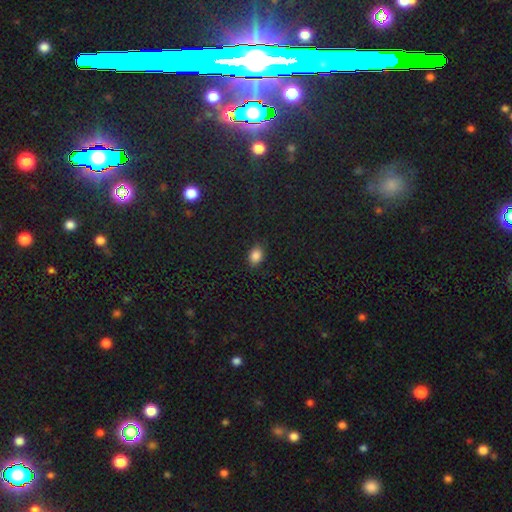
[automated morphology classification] Smooth or featured? Predicted: smooth (p=0.85). How rounded? Predicted: in between (p=0.69). Merging? Predicted: none (p=0.85).